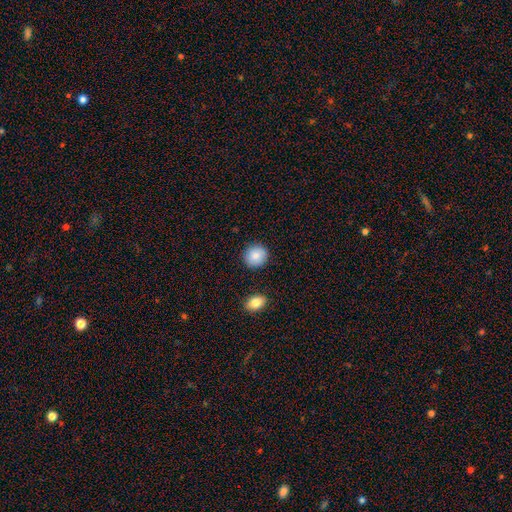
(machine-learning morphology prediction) The model was most divided on "how rounded": round: 87%, in between: 12%, cigar-shaped: 1%. More confident: merging — none (88%); smooth or featured — smooth (86%).